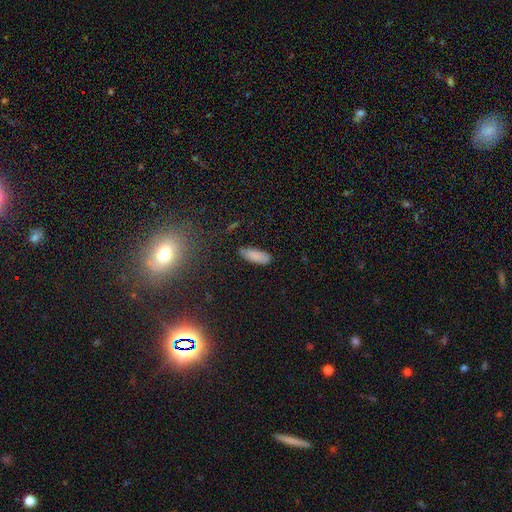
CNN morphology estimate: This appears to be a smooth galaxy with no disk features (87%) that is in between round and cigar-shaped (70%). Merging: none (84%).